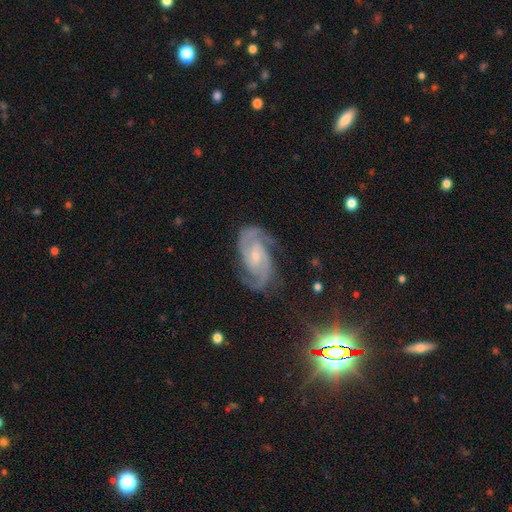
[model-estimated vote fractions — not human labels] Smooth or featured?
  - featured or disk: 90% *
  - star or artifact: 6%
  - smooth: 4%
Edge-on disk?
  - no: 97% *
  - yes: 3%
Bar?
  - weak: 43% *
  - no: 42%
  - strong: 14%
Spiral arms?
  - yes: 98% *
  - no: 2%
Spiral winding?
  - medium: 47% * (tied)
  - tight: 47% * (tied)
  - loose: 7%
Spiral arm count?
  - 2: 86% *
  - 3: 6%
  - can't tell: 3%
  - 4: 2%
  - 1: 2%
  - more than 4: 2%
Bulge size?
  - small: 67% *
  - moderate: 26%
  - none: 5%
  - large: 1%
  - dominant: 1%
Merging?
  - none: 79% *
  - minor disturbance: 15%
  - major disturbance: 5%
  - merger: 1%